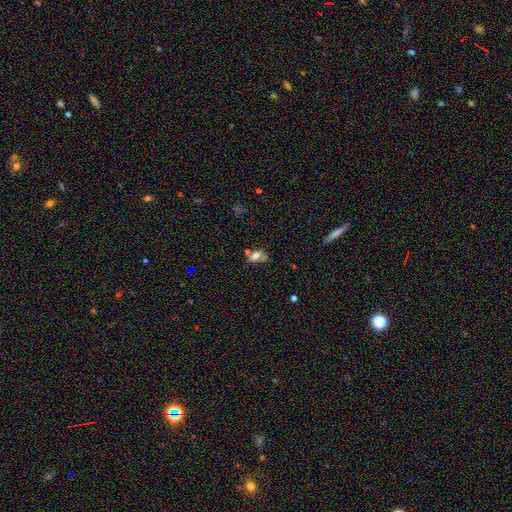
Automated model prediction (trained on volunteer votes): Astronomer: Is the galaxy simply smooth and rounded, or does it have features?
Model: smooth — 65%.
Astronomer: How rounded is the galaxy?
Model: in between — 79%.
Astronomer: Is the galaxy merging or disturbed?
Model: none — 34% (runner-up: merger, 23%).